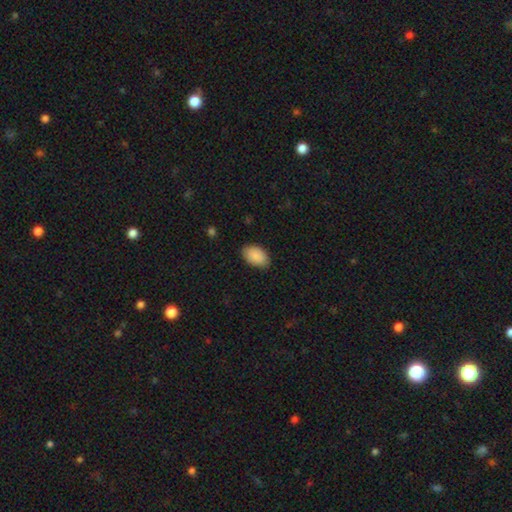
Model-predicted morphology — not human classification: smooth-or-featured: smooth: 90% | star or artifact: 6% | featured or disk: 3%
  how-rounded: in between: 92% | round: 6% | cigar-shaped: 1%
  merging: none: 85% | minor disturbance: 11% | major disturbance: 2% | merger: 1%